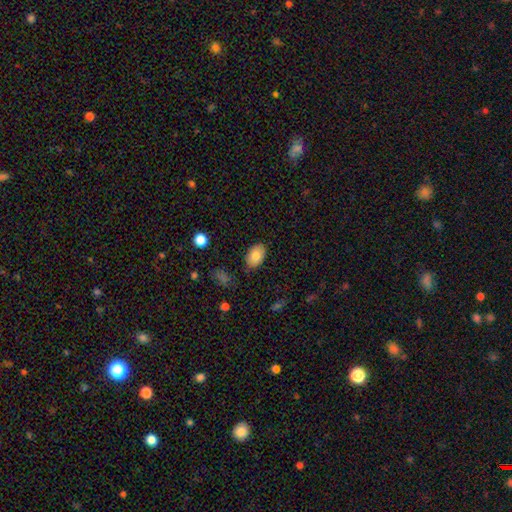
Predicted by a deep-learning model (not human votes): smooth-or-featured: smooth: 82% | featured or disk: 11% | star or artifact: 7%
  how-rounded: in between: 88% | round: 11% | cigar-shaped: 1%
  merging: none: 83% | minor disturbance: 12% | major disturbance: 3% | merger: 2%